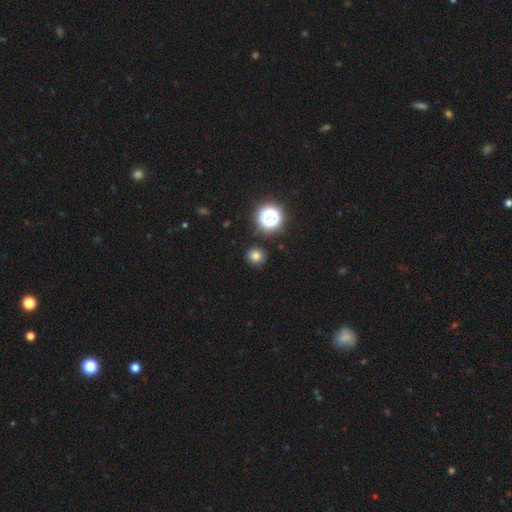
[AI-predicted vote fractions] Smooth or featured? Predicted: smooth (p=0.76). How rounded? Predicted: round (p=0.91). Merging? Predicted: none (p=0.90).